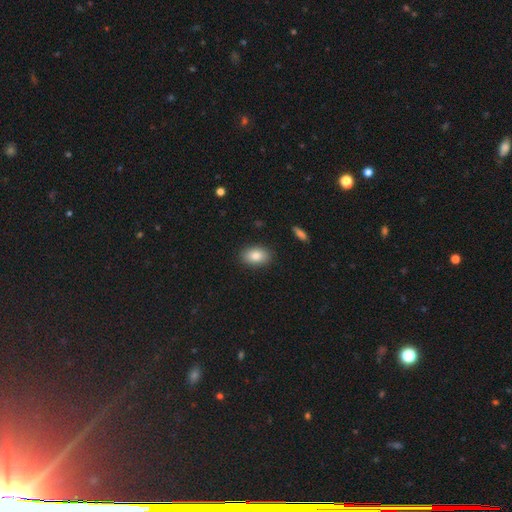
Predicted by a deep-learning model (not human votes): The model was most divided on "how rounded": in between: 87%, round: 12%, cigar-shaped: 1%. More confident: merging — none (88%); smooth or featured — smooth (84%).